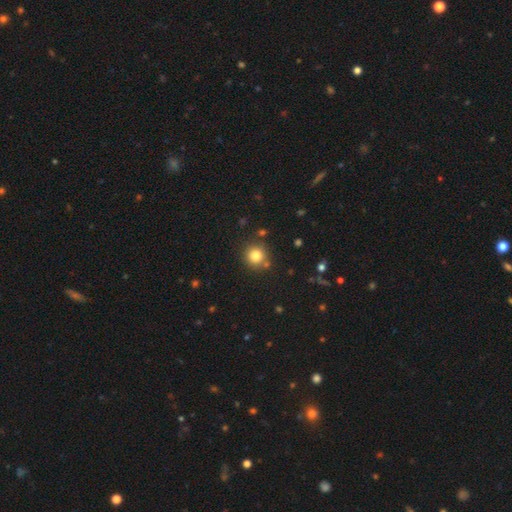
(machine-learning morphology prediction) type=smooth (81%); roundness=round (93%); merging=none (82%).